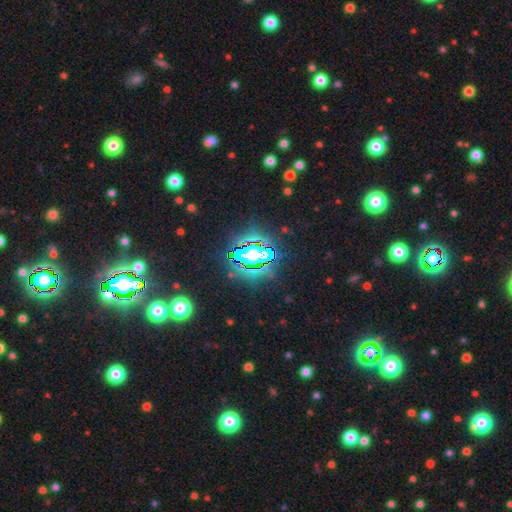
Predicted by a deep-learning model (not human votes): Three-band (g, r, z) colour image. It shows a star or artifact, not a galaxy (79%).